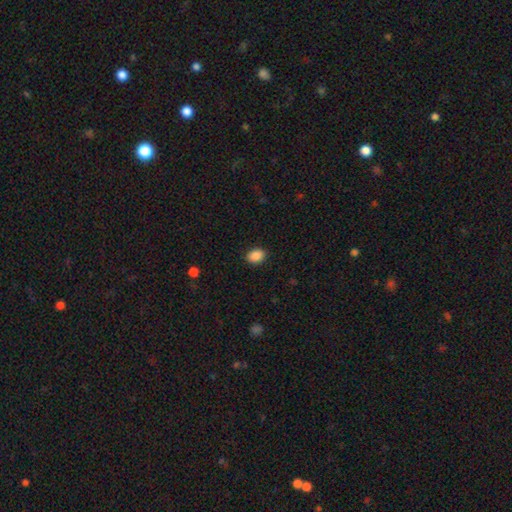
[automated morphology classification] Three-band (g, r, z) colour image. It shows a smooth galaxy with no disk features (88%) that is in between round and cigar-shaped (69%). Merging: none (89%).